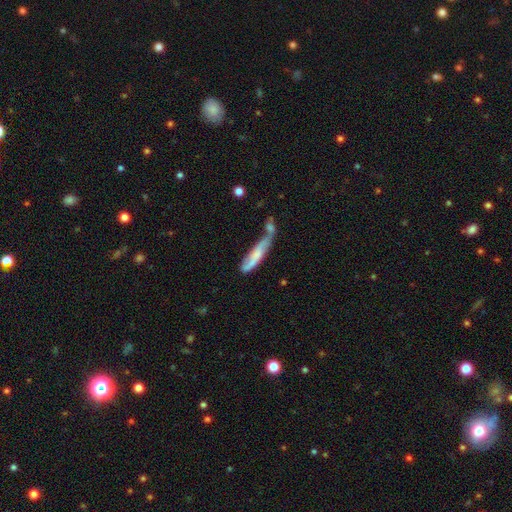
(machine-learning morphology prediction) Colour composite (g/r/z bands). It shows a smooth galaxy with no disk features (52%) that is cigar-shaped (83%). Merging: merger (43%).